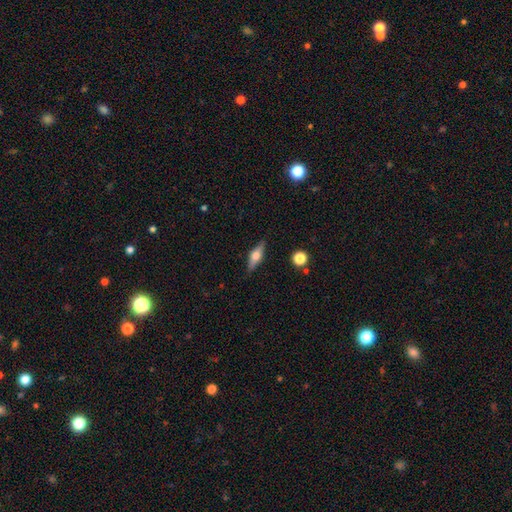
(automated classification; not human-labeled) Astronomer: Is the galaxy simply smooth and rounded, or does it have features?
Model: featured or disk — 53% (runner-up: smooth, 40%).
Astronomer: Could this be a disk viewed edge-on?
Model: yes — 92%.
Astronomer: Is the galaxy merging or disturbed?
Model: none — 86%.